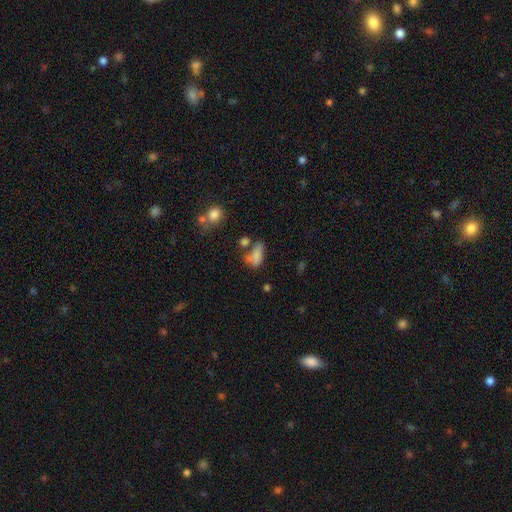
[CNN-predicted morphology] Smooth or featured?
  - smooth: 74% *
  - featured or disk: 14%
  - star or artifact: 12%
How rounded?
  - in between: 85% *
  - round: 8%
  - cigar-shaped: 7%
Merging?
  - merger: 31% *
  - none: 29%
  - minor disturbance: 21%
  - major disturbance: 19%